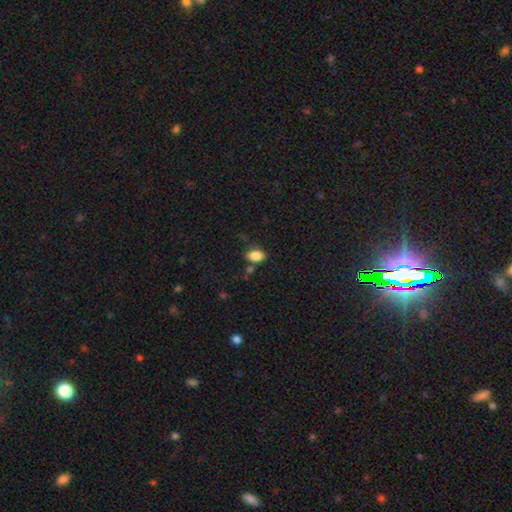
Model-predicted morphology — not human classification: Smooth or featured?
  - smooth: 84% *
  - star or artifact: 9%
  - featured or disk: 7%
How rounded?
  - in between: 83% *
  - round: 15%
  - cigar-shaped: 2%
Merging?
  - none: 74% *
  - minor disturbance: 16%
  - merger: 7%
  - major disturbance: 4%